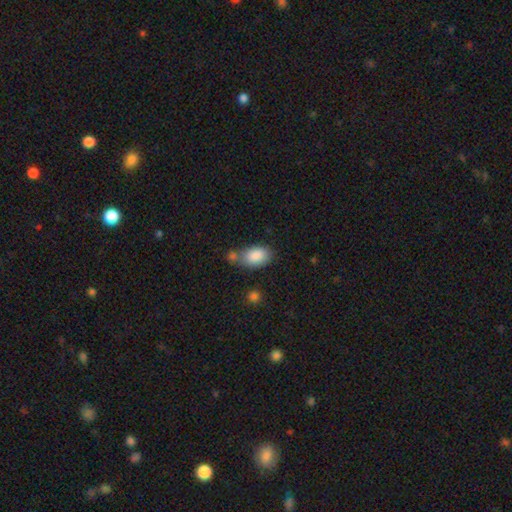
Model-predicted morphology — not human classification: A smooth galaxy with no disk features (86%) that is in between round and cigar-shaped (91%). Merging: none (50%).